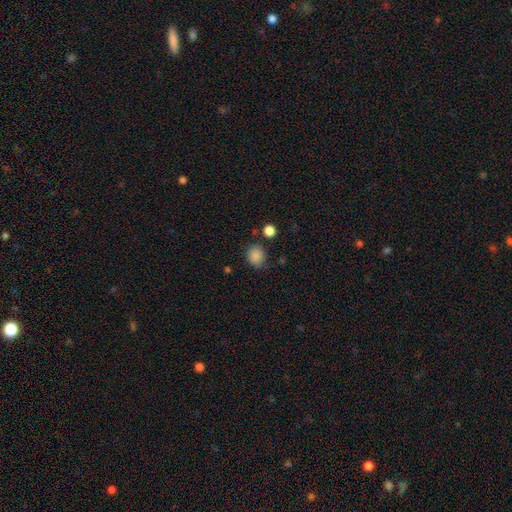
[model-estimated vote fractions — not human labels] The model was most divided on "how rounded": round: 70%, in between: 29%, cigar-shaped: 1%. More confident: smooth or featured — smooth (86%); merging — none (79%).